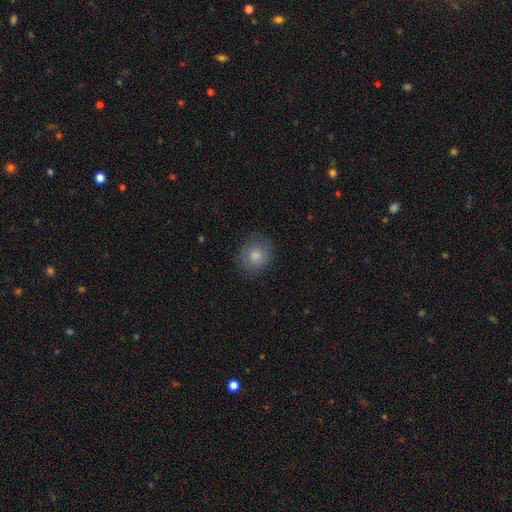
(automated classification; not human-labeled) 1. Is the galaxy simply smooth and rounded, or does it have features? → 82% smooth, 10% featured or disk, 8% star or artifact.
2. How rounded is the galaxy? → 83% round, 16% in between, 1% cigar-shaped.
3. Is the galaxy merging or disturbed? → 82% none, 13% minor disturbance, 4% major disturbance, 1% merger.